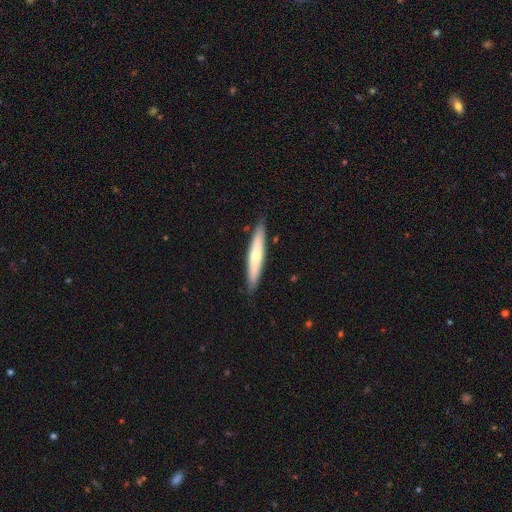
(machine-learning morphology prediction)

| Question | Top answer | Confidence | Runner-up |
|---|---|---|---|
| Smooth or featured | smooth | 56% | featured or disk (39%) |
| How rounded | cigar-shaped | 91% | in between (7%) |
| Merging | none | 88% | minor disturbance (9%) |